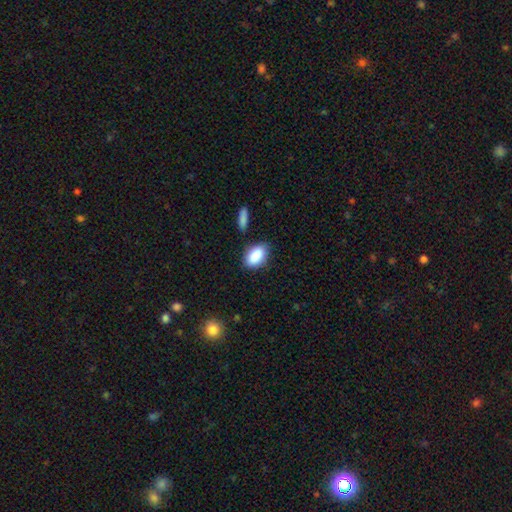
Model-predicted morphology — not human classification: Smooth or featured? Predicted: smooth (p=0.89). How rounded? Predicted: in between (p=0.90). Merging? Predicted: none (p=0.75).